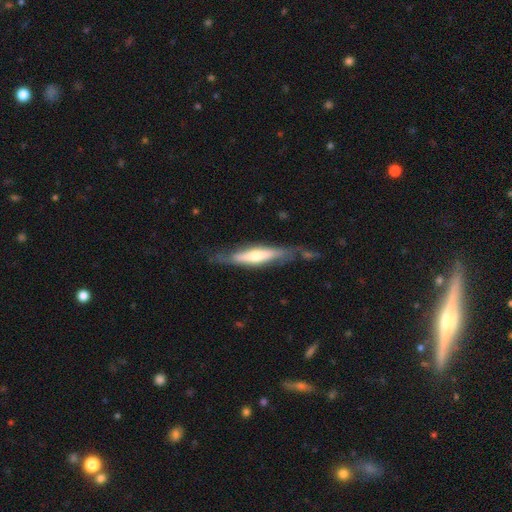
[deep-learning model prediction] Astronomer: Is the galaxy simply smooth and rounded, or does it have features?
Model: featured or disk — 57% (runner-up: smooth, 38%).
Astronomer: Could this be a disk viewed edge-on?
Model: yes — 79%.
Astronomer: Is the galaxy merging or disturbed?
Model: none — 65%.